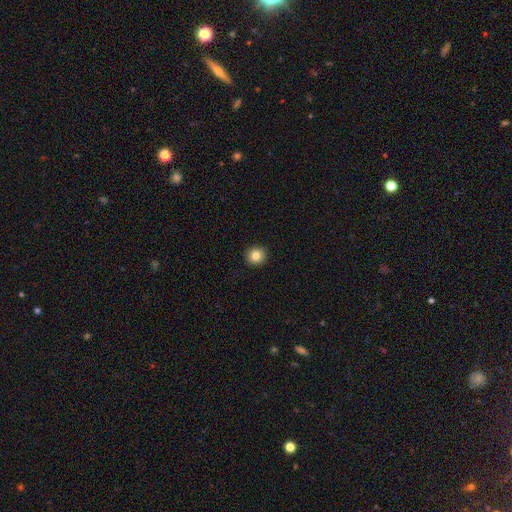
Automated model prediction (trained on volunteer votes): smooth-or-featured: smooth: 83% | star or artifact: 10% | featured or disk: 7%
  how-rounded: round: 91% | in between: 8% | cigar-shaped: 1%
  merging: none: 93% | minor disturbance: 5% | major disturbance: 2% | merger: 1%